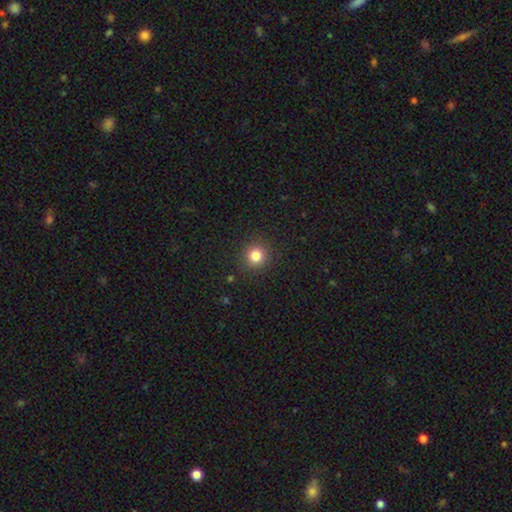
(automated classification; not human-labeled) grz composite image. It shows a smooth galaxy with no disk features (82%) that is round (92%). Merging: none (91%).